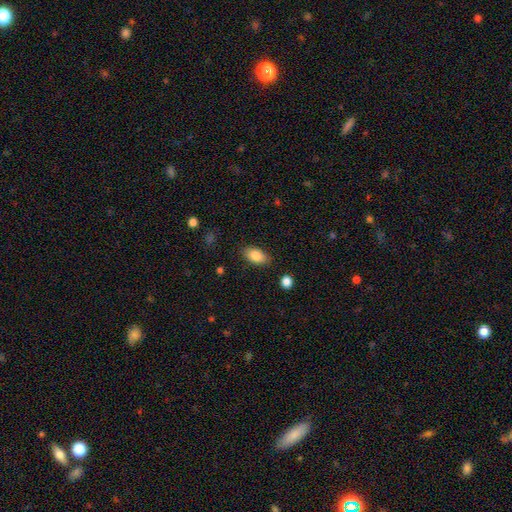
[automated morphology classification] A smooth galaxy with no disk features (85%) that is in between round and cigar-shaped (91%). Merging: none (85%).